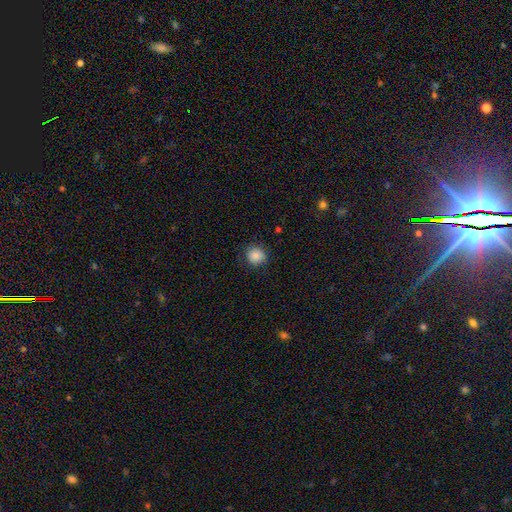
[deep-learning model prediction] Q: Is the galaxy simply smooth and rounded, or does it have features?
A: smooth — 86%.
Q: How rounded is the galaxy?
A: round — 90%.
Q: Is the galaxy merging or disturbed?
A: none — 86%.